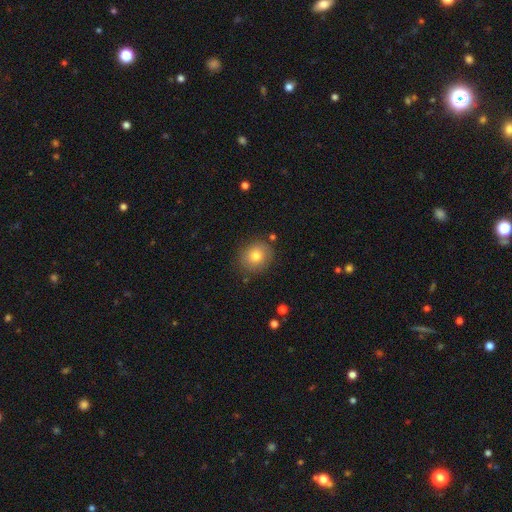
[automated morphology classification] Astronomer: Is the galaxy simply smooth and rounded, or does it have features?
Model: smooth — 78%.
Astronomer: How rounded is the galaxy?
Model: round — 75%.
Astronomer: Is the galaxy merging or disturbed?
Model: none — 83%.